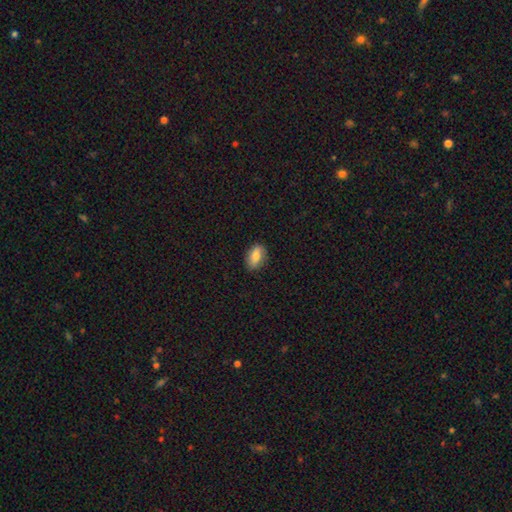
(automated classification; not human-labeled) A smooth galaxy with no disk features (75%) that is in between round and cigar-shaped (88%). Merging: none (83%).